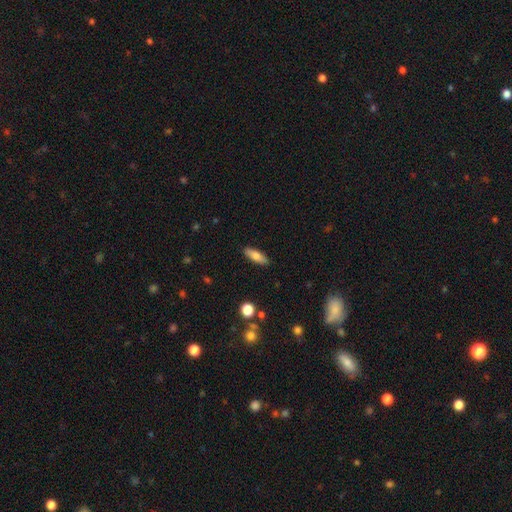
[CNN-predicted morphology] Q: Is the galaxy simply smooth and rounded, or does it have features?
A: smooth — 77%.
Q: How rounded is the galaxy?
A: in between — 56%.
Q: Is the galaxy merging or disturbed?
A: none — 88%.